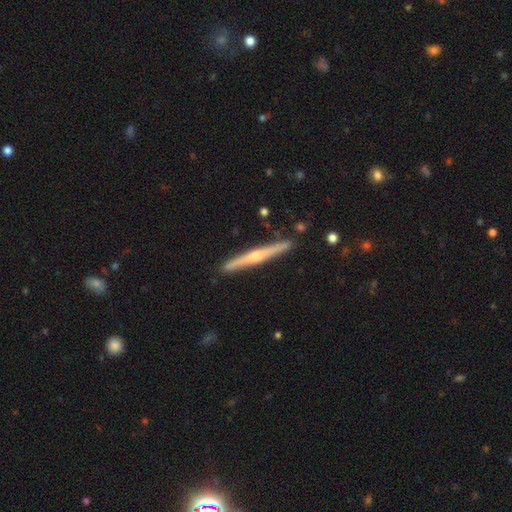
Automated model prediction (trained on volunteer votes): smooth_or_featured: featured or disk (p=0.70) [alt: smooth p=0.25]
disk_edge_on: yes (p=0.98) [alt: no p=0.02]
edge_on_bulge: rounded (p=0.75) [alt: none p=0.17]
merging: none (p=0.89) [alt: minor disturbance p=0.08]